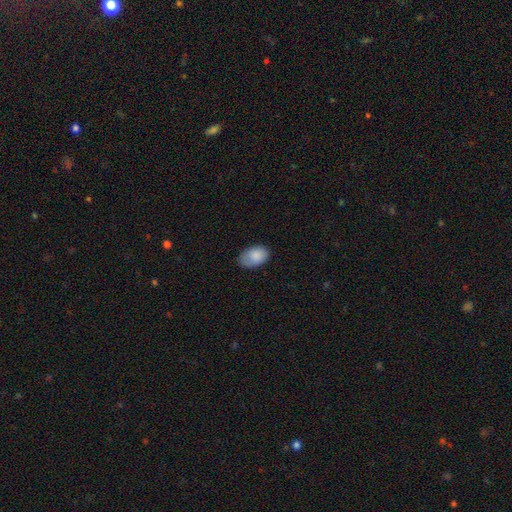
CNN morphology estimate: A smooth galaxy with no disk features (86%) that is in between round and cigar-shaped (89%). Merging: none (69%).